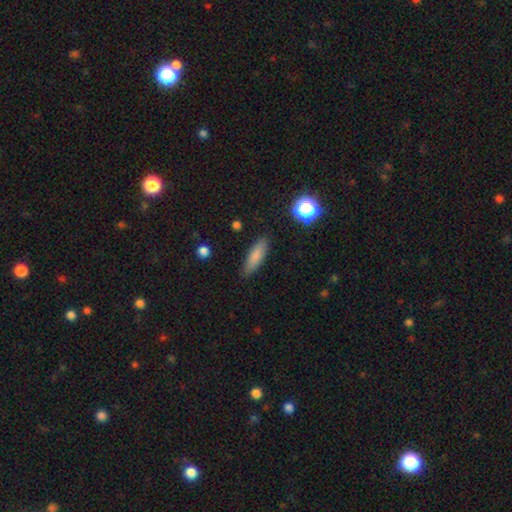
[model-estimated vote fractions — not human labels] A smooth galaxy with no disk features (81%) that is cigar-shaped (53%).

Vote fractions:
- Smooth or featured? smooth: 81% / featured or disk: 11% / star or artifact: 8%
- How rounded? cigar-shaped: 53% / in between: 44% / round: 3%
- Merging? none: 85% / minor disturbance: 11% / major disturbance: 3% / merger: 1%